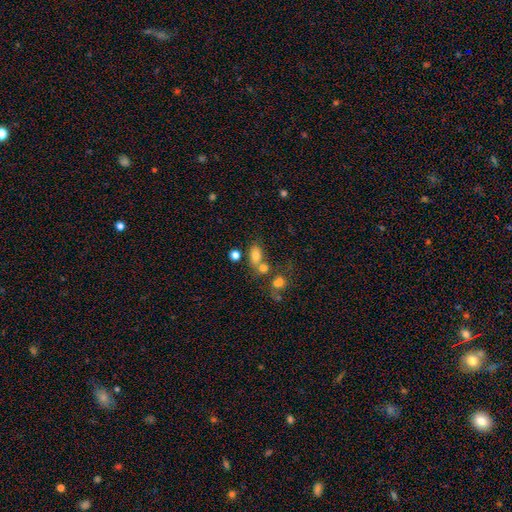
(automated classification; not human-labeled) Smooth or featured? Predicted: smooth (p=0.75). How rounded? Predicted: in between (p=0.78). Merging? Predicted: none (p=0.48).